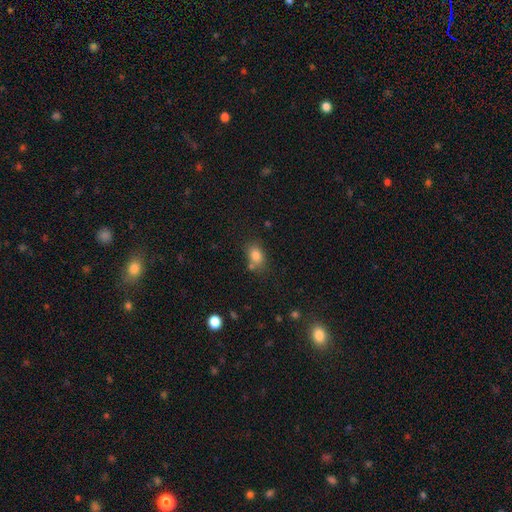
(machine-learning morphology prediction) type=smooth (81%); roundness=in between (74%); merging=none (65%).